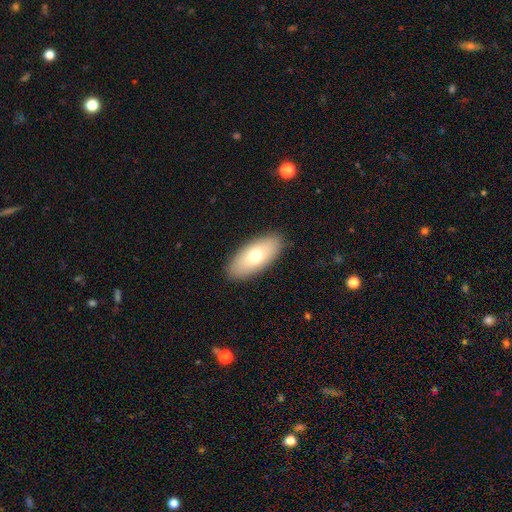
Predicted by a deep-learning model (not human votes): smooth 70%, featured or disk 23%, star or artifact 7%. Down the decision tree: how rounded — in between (88%); merging — none (89%).